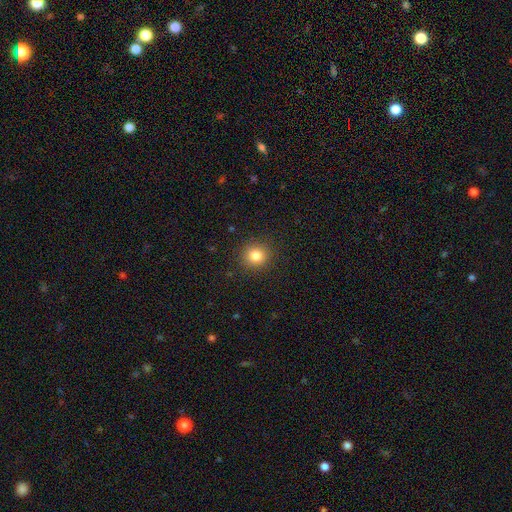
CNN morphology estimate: This is clearly a smooth galaxy (82%). How rounded: clearly round (87%). Merging: clearly none (90%).